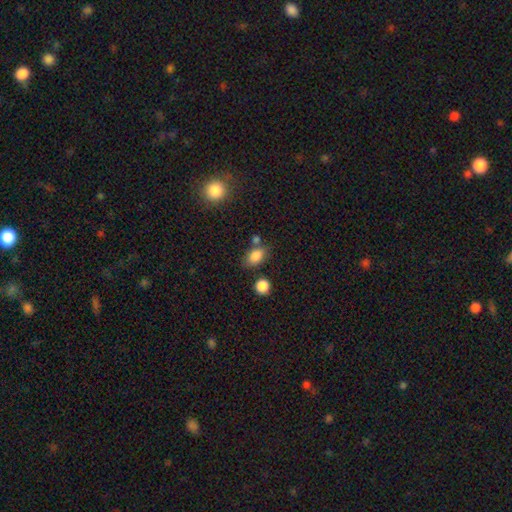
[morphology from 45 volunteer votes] Smooth or featured? 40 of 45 (89%) said smooth. How rounded? 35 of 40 (88%) said in between. Merging? 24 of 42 (57%) said none.